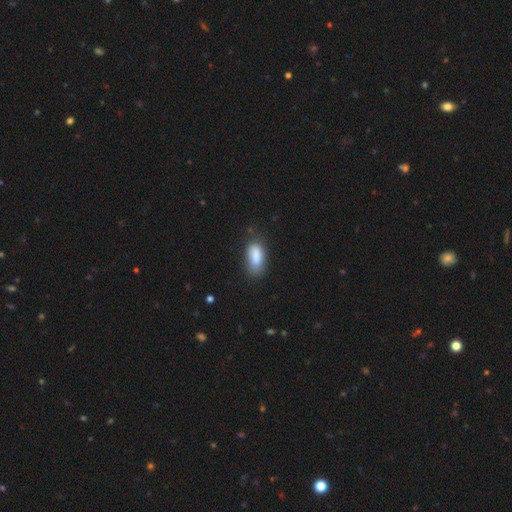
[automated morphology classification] A smooth galaxy with no disk features (85%) that is in between round and cigar-shaped (87%). Merging: none (62%).